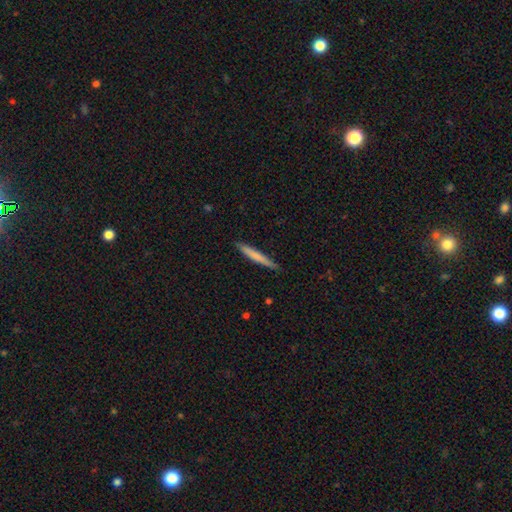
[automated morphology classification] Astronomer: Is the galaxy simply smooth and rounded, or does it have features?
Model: smooth — 67%.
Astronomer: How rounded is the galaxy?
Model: cigar-shaped — 96%.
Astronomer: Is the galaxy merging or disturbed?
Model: none — 90%.